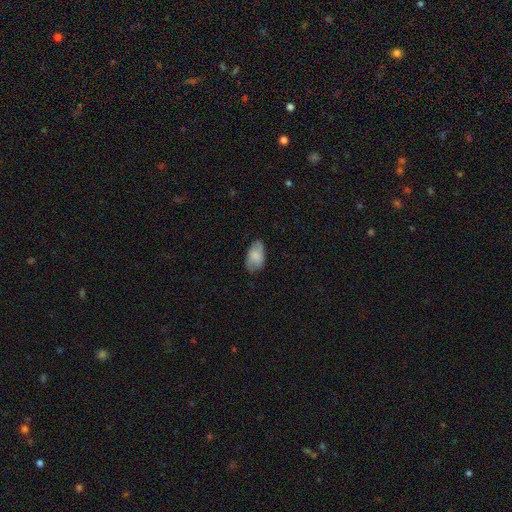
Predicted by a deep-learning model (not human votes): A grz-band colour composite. It shows a smooth galaxy with no disk features (75%) that is in between round and cigar-shaped (93%). Merging: none (68%).